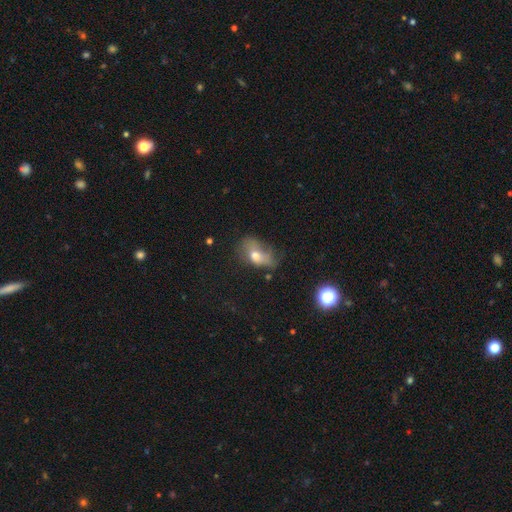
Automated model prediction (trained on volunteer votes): smooth-or-featured: smooth: 63% | featured or disk: 24% | star or artifact: 13%
  how-rounded: in between: 82% | round: 15% | cigar-shaped: 3%
  merging: major disturbance: 35% | minor disturbance: 31% | none: 27% | merger: 6%